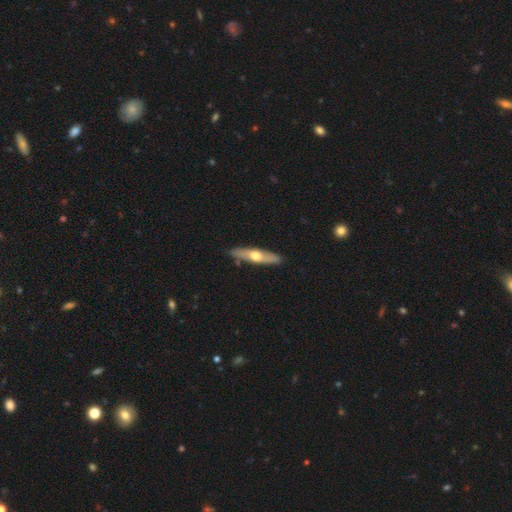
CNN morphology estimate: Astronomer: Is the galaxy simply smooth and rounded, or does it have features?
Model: featured or disk — 51% (runner-up: smooth, 44%).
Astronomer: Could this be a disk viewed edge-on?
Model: yes — 81%.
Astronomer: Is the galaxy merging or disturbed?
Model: none — 86%.